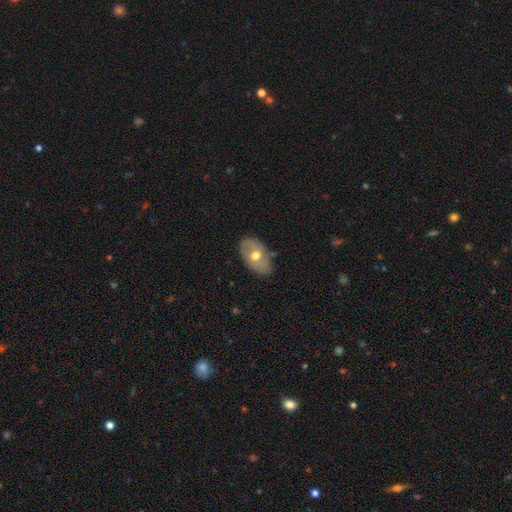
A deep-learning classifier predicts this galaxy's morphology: smooth_or_featured: smooth (p=0.54) [alt: featured or disk p=0.39]
how_rounded: in between (p=0.89) [alt: round p=0.10]
merging: none (p=0.72) [alt: minor disturbance p=0.21]